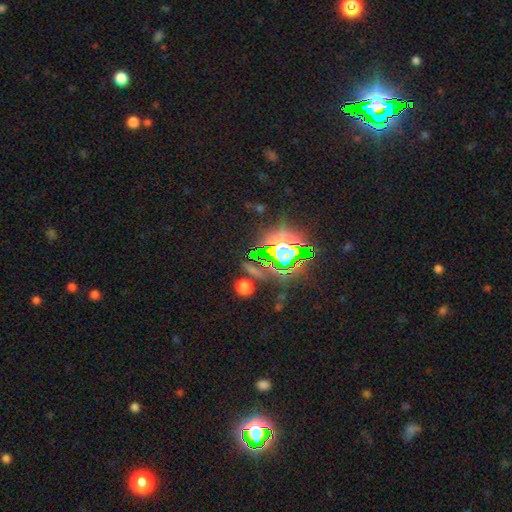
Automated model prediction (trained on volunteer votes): This appears to be a star or artifact, not a galaxy (71%).